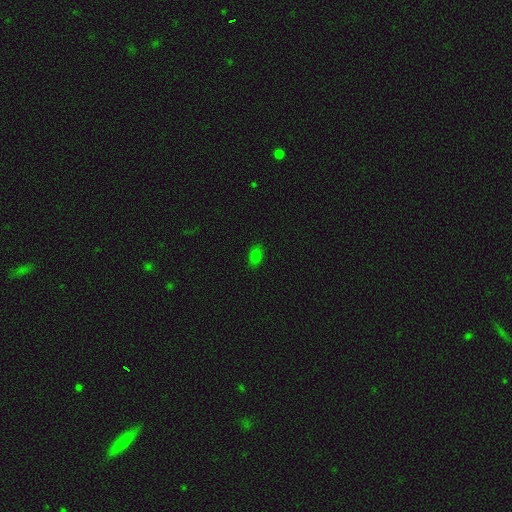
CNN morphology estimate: smooth 78%, star or artifact 17%, featured or disk 6%. Down the decision tree: how rounded — in between (83%); merging — none (84%).